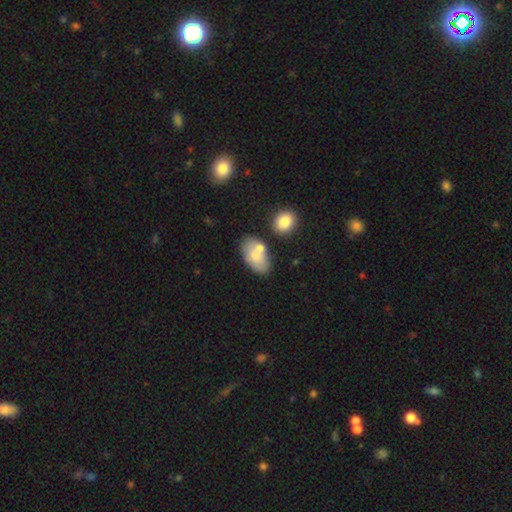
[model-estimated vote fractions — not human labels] Smooth or featured: smooth — 71% (featured or disk — 22%)
How rounded: in between — 92% (round — 6%)
Merging: none — 54% (merger — 23%)